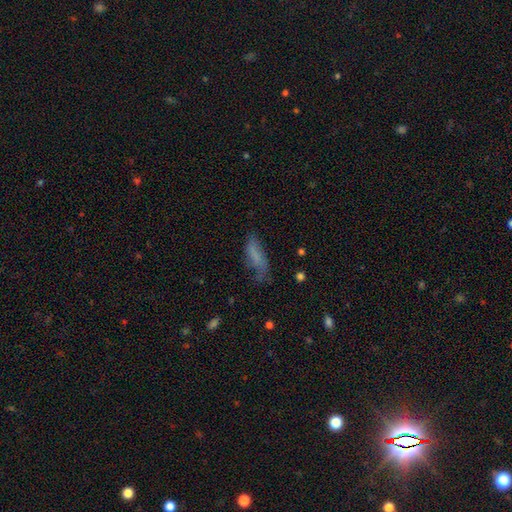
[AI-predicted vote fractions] Smooth or featured? smooth (63%)
How rounded? in between (62%)
Merging? none (43%)